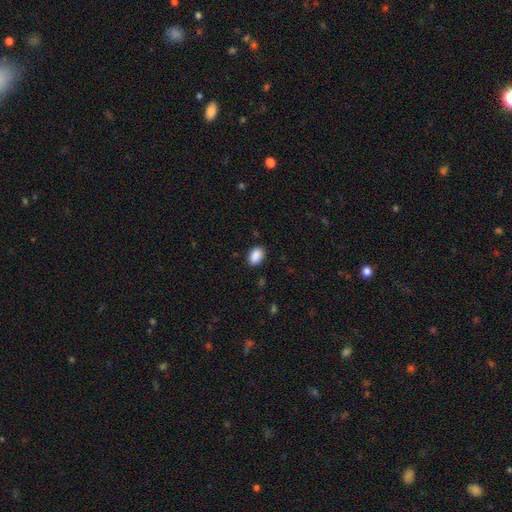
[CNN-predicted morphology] Overall: smooth (90%). How rounded: in between (86%). Merging: none (87%).